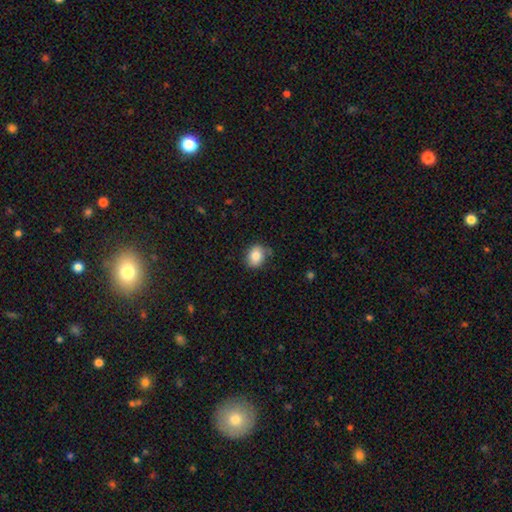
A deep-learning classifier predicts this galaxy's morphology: This is clearly a smooth galaxy (83%). How rounded: possibly in between (53%). Merging: likely none (75%).